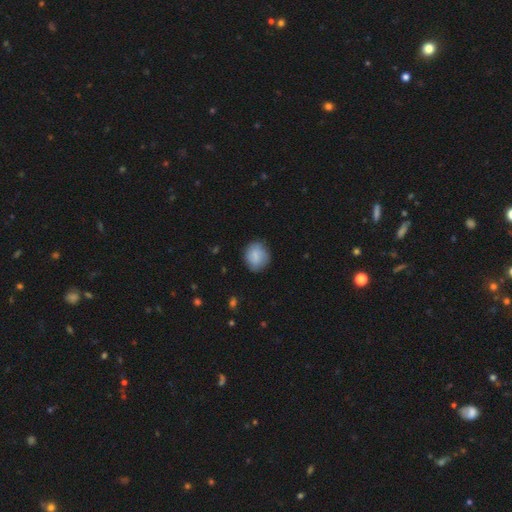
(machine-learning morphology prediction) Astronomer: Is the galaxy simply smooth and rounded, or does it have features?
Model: smooth — 81%.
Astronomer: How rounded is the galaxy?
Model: round — 76%.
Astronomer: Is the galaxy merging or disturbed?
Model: none — 76%.